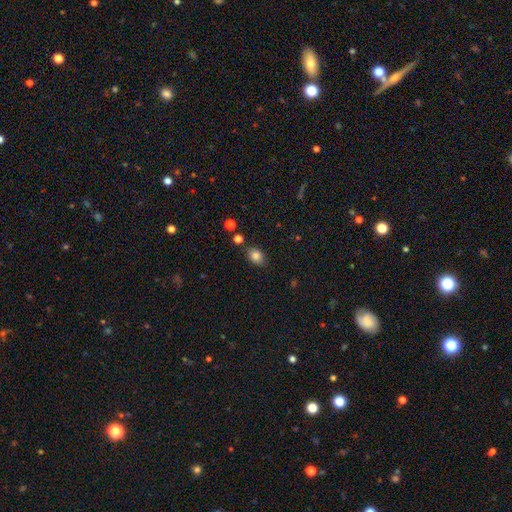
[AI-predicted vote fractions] smooth-or-featured: smooth: 83% | star or artifact: 11% | featured or disk: 7%
  how-rounded: in between: 73% | round: 25% | cigar-shaped: 1%
  merging: none: 79% | minor disturbance: 13% | merger: 4% | major disturbance: 3%